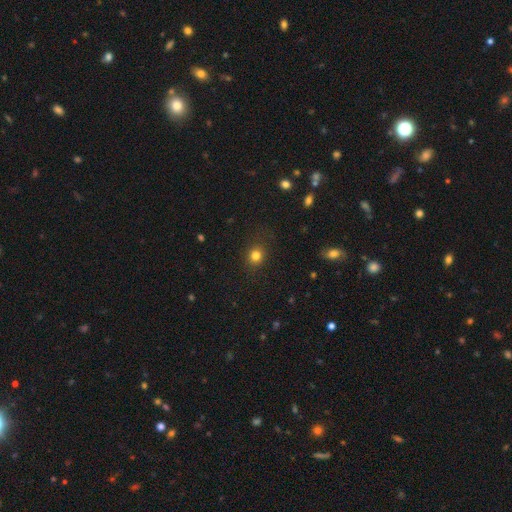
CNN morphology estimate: type=smooth (81%); roundness=round (81%); merging=none (86%).